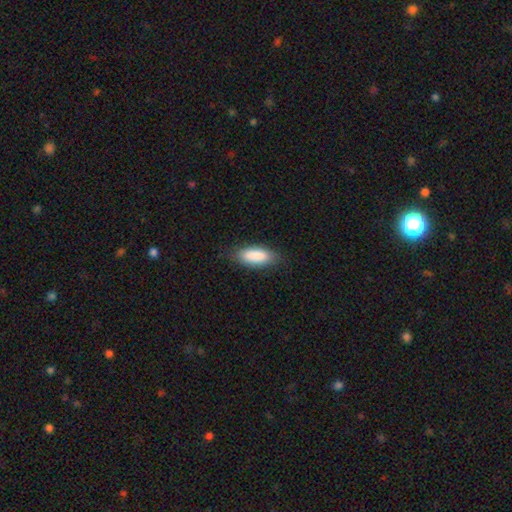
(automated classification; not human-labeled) A smooth galaxy with no disk features (88%) that is in between round and cigar-shaped (81%). Merging: none (81%).